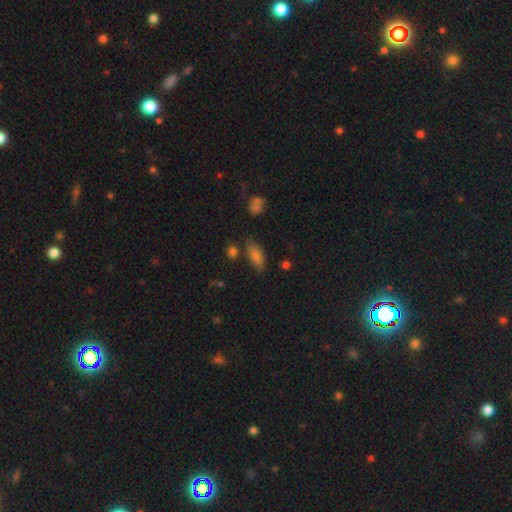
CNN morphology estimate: A smooth galaxy with no disk features (75%) that is in between round and cigar-shaped (79%).

Vote fractions:
- Smooth or featured? smooth: 75% / star or artifact: 13% / featured or disk: 12%
- How rounded? in between: 79% / cigar-shaped: 17% / round: 4%
- Merging? none: 72% / minor disturbance: 18% / merger: 6% / major disturbance: 5%